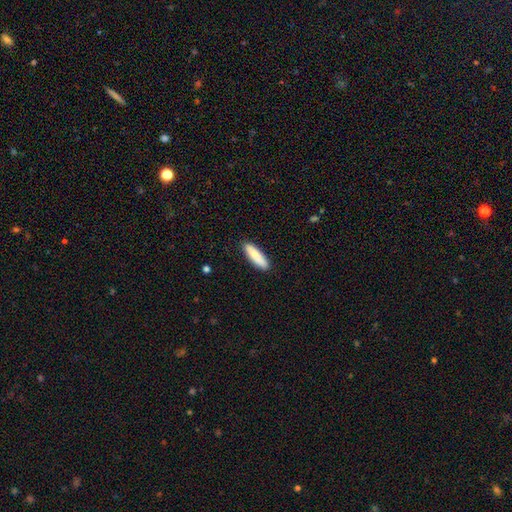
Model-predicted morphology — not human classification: Smooth or featured: smooth — 86% (featured or disk — 9%)
How rounded: cigar-shaped — 68% (in between — 31%)
Merging: none — 89% (minor disturbance — 8%)